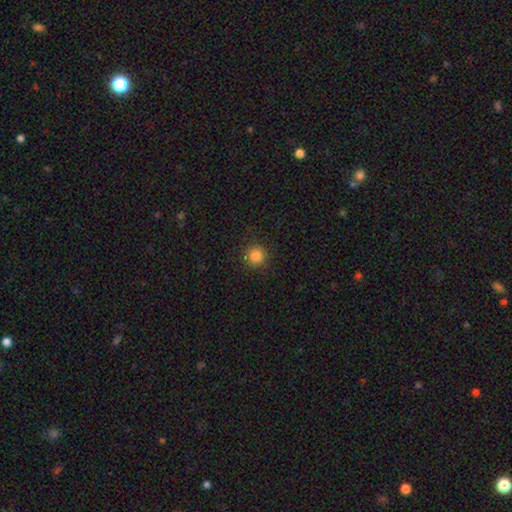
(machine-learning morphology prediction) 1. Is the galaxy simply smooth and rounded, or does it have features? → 85% smooth, 12% star or artifact, 4% featured or disk.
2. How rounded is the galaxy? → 94% round, 5% in between, 1% cigar-shaped.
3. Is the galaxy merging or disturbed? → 90% none, 7% minor disturbance, 2% major disturbance, 1% merger.